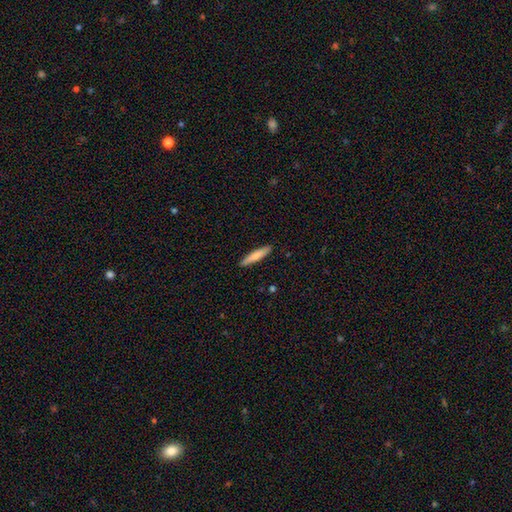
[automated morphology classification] Smooth or featured? smooth (76%)
How rounded? cigar-shaped (89%)
Merging? none (90%)